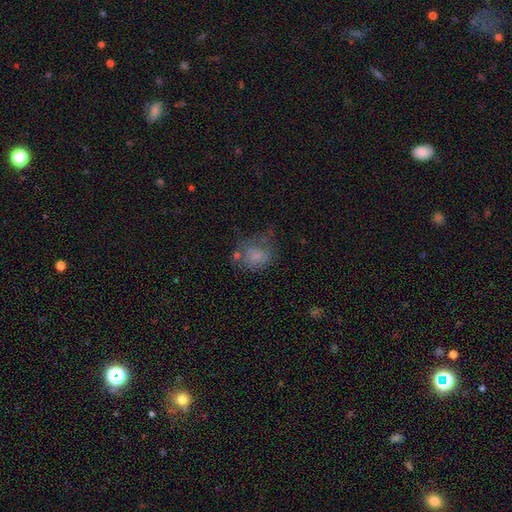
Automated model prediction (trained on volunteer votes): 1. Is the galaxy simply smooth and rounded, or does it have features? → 63% smooth, 24% featured or disk, 13% star or artifact.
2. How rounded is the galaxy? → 57% round, 42% in between, 1% cigar-shaped.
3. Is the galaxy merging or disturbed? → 42% none, 26% minor disturbance, 25% major disturbance, 8% merger.